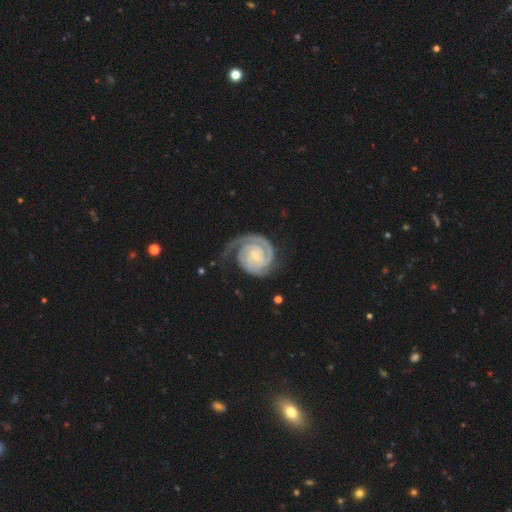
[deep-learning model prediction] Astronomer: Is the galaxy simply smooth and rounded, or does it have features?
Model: featured or disk — 91%.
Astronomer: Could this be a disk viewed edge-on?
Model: no — 98%.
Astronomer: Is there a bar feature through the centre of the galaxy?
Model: no — 62%.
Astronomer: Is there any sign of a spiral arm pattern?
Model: yes — 98%.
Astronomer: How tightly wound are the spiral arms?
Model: tight — 81%.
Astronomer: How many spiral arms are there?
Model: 2 — 66%.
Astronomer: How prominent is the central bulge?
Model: small — 73%.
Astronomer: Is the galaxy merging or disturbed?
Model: none — 61%.